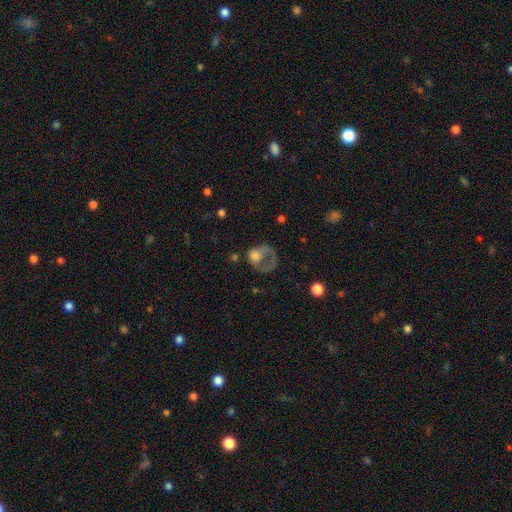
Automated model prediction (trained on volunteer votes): A smooth galaxy with no disk features (53%) that is round (62%). Merging: major disturbance (52%).